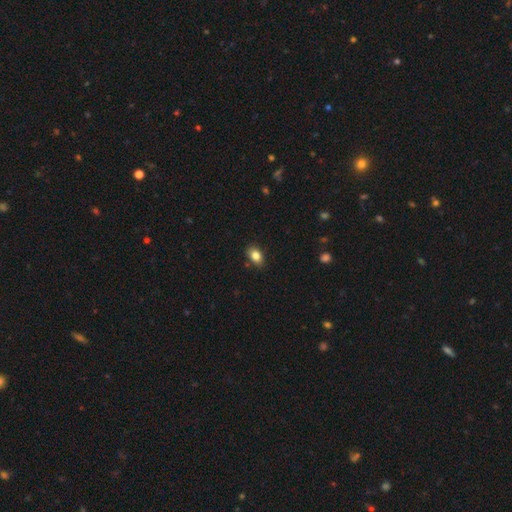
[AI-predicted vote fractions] Q: Smooth or featured?
A: smooth (83%); runner-up: star or artifact (9%)
Q: How rounded?
A: in between (79%); runner-up: round (19%)
Q: Merging?
A: none (82%); runner-up: minor disturbance (14%)